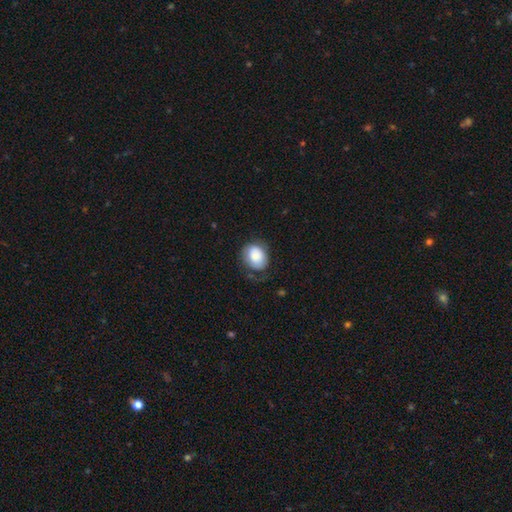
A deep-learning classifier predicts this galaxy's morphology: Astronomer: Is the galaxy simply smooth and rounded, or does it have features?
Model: smooth — 78%.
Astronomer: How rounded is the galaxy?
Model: in between — 51% (runner-up: round, 48%).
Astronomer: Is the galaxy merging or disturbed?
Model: none — 58%.